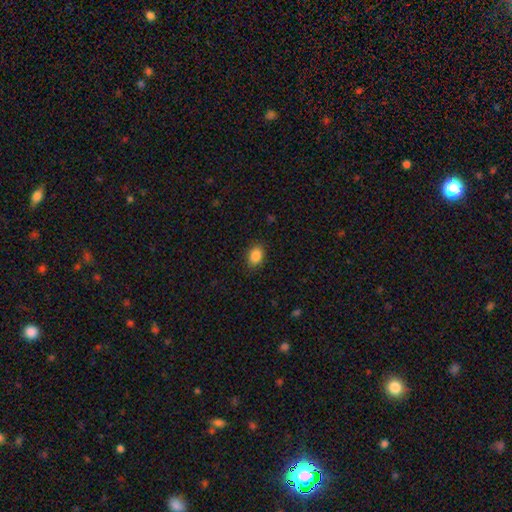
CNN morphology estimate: This appears to be a smooth galaxy with no disk features (87%) that is in between round and cigar-shaped (71%). Merging: none (87%).